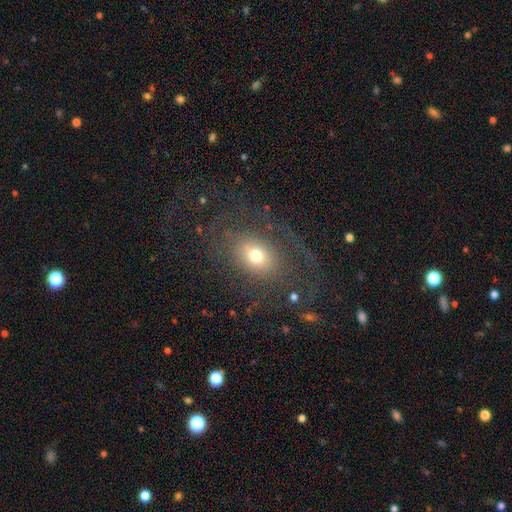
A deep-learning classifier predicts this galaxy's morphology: Overall: smooth (48%; featured or disk 38%). Merging: none (61%; major disturbance 22%).